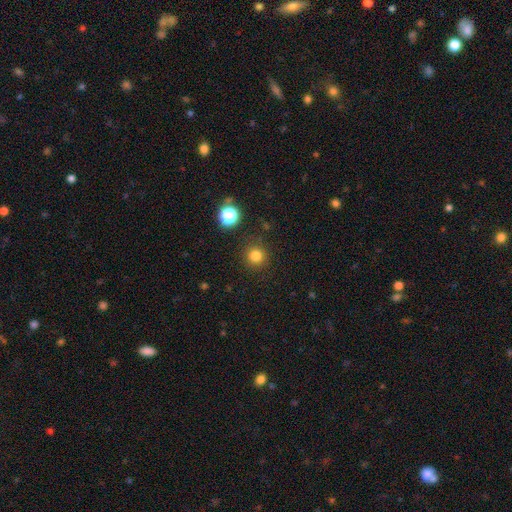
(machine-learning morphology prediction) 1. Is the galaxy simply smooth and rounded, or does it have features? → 80% smooth, 15% star or artifact, 5% featured or disk.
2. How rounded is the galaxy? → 95% round, 4% in between, 1% cigar-shaped.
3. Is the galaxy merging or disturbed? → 89% none, 6% minor disturbance, 3% major disturbance, 2% merger.